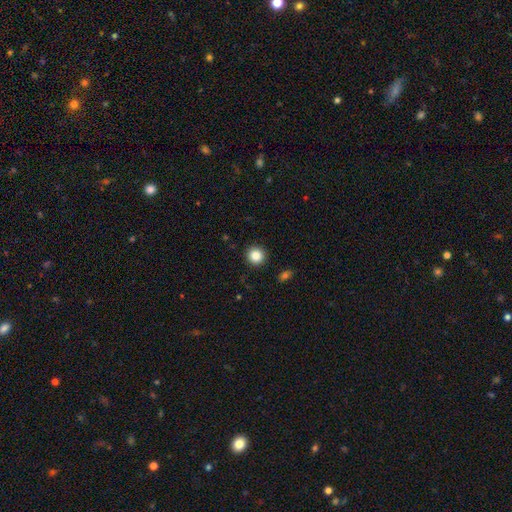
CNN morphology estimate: Smooth or featured? smooth (85%)
How rounded? round (95%)
Merging? none (92%)